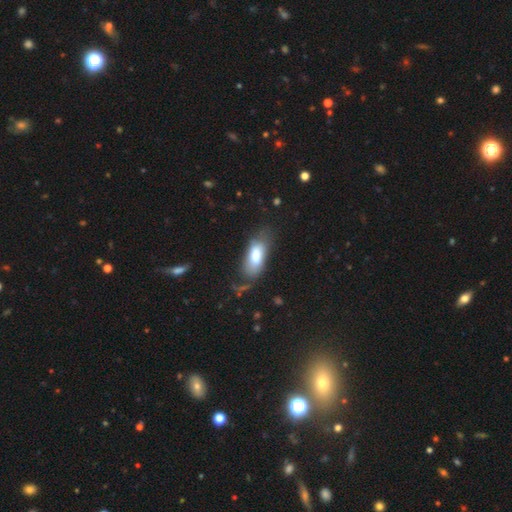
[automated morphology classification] This appears to be a smooth galaxy with no disk features (74%) that is in between round and cigar-shaped (86%). Merging: none (51%).